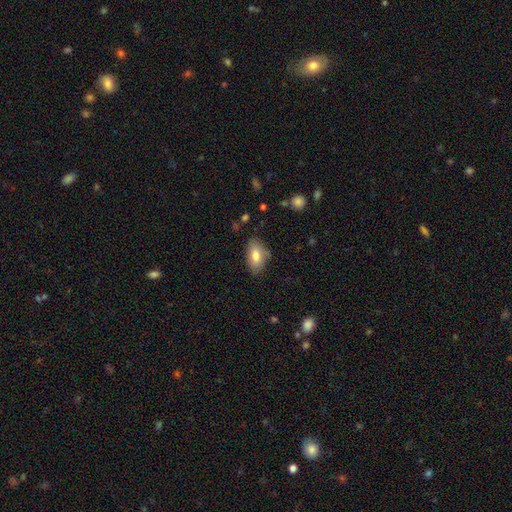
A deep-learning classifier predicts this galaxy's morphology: Overall: smooth (78%). How rounded: in between (92%). Merging: none (75%).